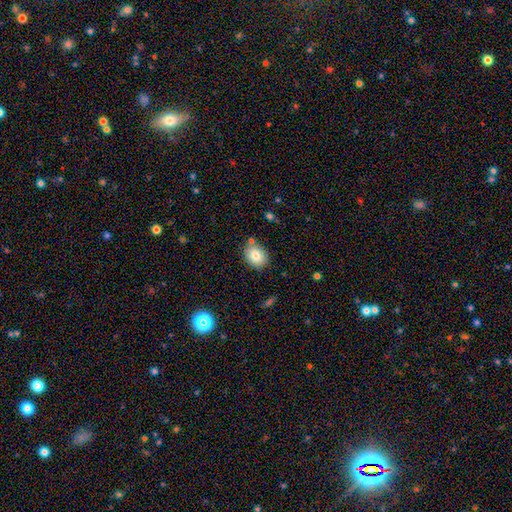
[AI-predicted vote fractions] smooth-or-featured: smooth: 81% | star or artifact: 10% | featured or disk: 9%
  how-rounded: round: 57% | in between: 42% | cigar-shaped: 1%
  merging: none: 80% | minor disturbance: 12% | merger: 6% | major disturbance: 3%